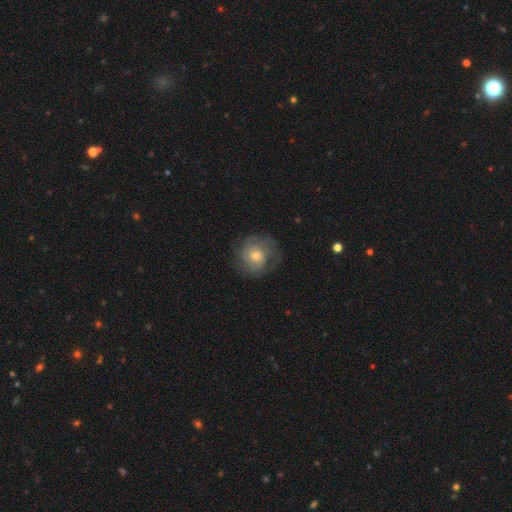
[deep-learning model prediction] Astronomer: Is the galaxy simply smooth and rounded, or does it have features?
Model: featured or disk — 65%.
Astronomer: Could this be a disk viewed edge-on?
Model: no — 97%.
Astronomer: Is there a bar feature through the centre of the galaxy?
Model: no — 79%.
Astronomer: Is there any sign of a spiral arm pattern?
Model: yes — 89%.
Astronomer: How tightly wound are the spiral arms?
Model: tight — 59%.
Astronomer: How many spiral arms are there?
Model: can't tell — 35% (runner-up: 2, 27%).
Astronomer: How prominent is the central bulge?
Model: moderate — 62%.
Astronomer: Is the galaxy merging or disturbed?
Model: none — 76%.